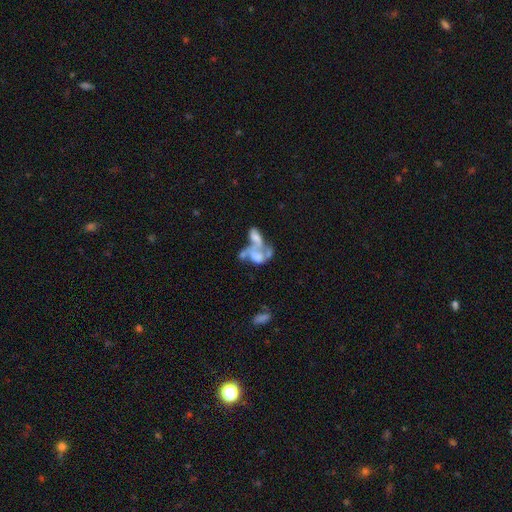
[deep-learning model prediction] A featured or disk galaxy (54%) with no bar (90%), no spiral arms (86%) and no central bulge (68%).

Vote fractions:
- Smooth or featured? featured or disk: 54% / smooth: 34% / star or artifact: 12%
- Edge-on disk? no: 97% / yes: 3%
- Bar? no: 90% / weak: 7% / strong: 3%
- Spiral arms? no: 86% / yes: 14%
- Bulge size? none: 68% / moderate: 12% / small: 9% / large: 8% / dominant: 3%
- Merging? merger: 66% / major disturbance: 18% / none: 10% / minor disturbance: 6%